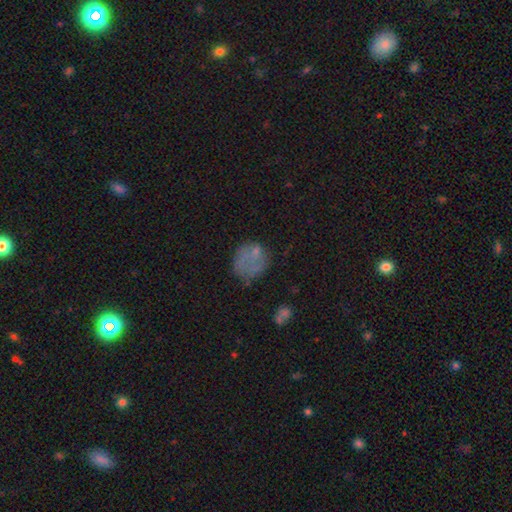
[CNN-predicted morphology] Smooth or featured: smooth — 59% (featured or disk — 25%)
How rounded: round — 69% (in between — 30%)
Merging: none — 49% (minor disturbance — 24%)